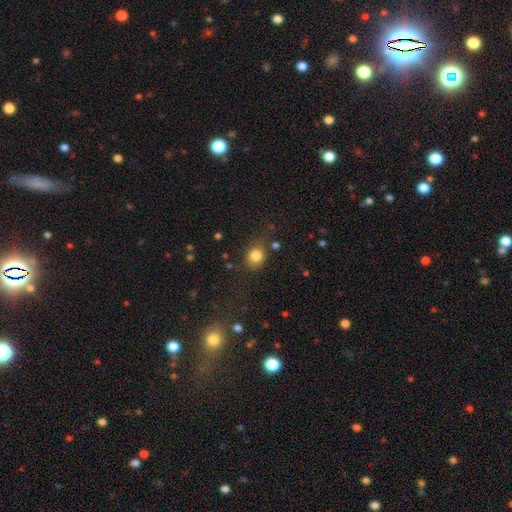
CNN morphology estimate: A smooth galaxy with no disk features (82%) that is round (71%). Merging: none (73%).